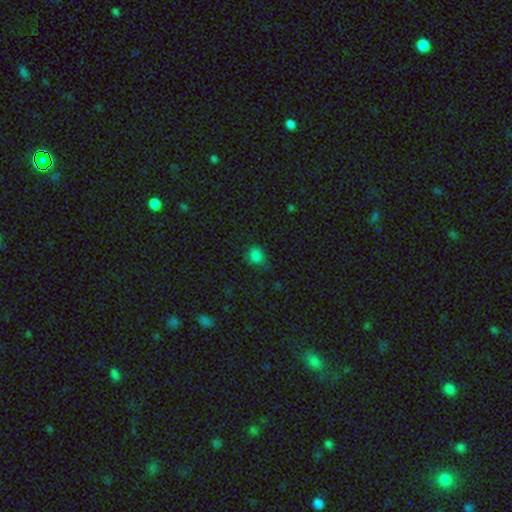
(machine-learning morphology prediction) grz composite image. It shows a smooth galaxy with no disk features (80%) that is round (69%). Merging: none (63%).